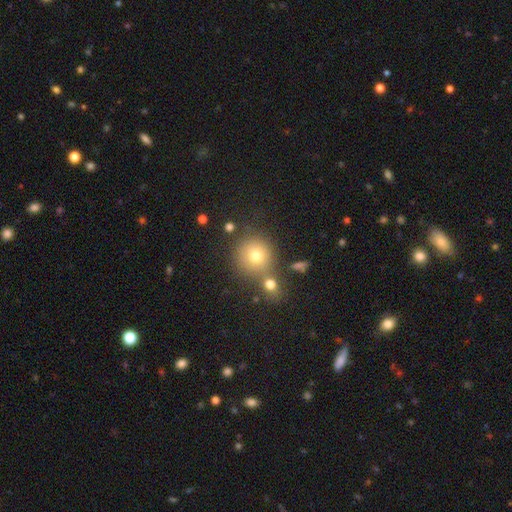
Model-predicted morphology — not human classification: Smooth or featured?
  - smooth: 74% *
  - star or artifact: 14%
  - featured or disk: 12%
How rounded?
  - round: 90% *
  - in between: 9%
  - cigar-shaped: 1%
Merging?
  - none: 62% *
  - merger: 24%
  - minor disturbance: 10%
  - major disturbance: 5%